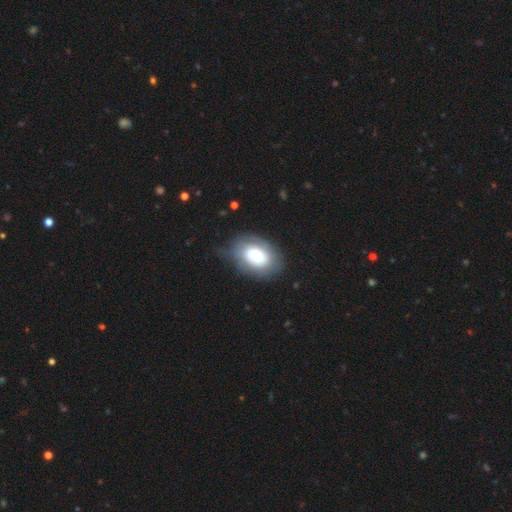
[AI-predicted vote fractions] The model was most divided on "smooth or featured": smooth: 62%, featured or disk: 31%, star or artifact: 8%. More confident: how rounded — in between (83%); merging — none (67%).